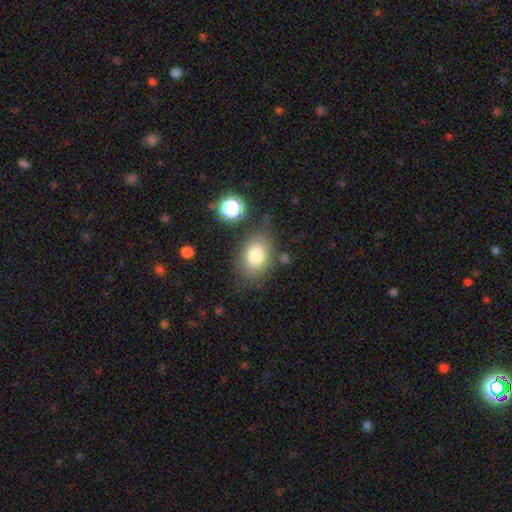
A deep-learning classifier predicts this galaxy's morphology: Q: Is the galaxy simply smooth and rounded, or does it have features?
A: smooth — 79%.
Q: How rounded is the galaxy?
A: in between — 70%.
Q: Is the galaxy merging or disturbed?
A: none — 71%.